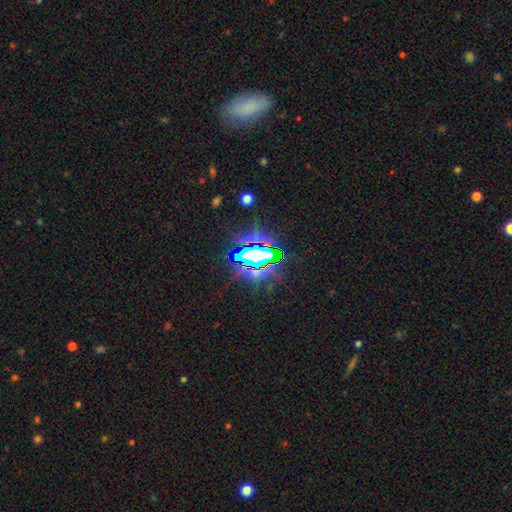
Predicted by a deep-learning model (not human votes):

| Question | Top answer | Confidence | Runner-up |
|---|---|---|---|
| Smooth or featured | star or artifact | 75% | smooth (13%) |